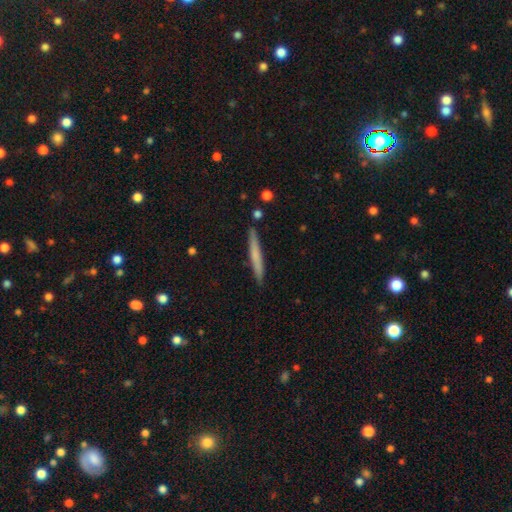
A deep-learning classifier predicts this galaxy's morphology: Smooth or featured? Predicted: smooth (p=0.64). How rounded? Predicted: cigar-shaped (p=0.96). Merging? Predicted: none (p=0.88).